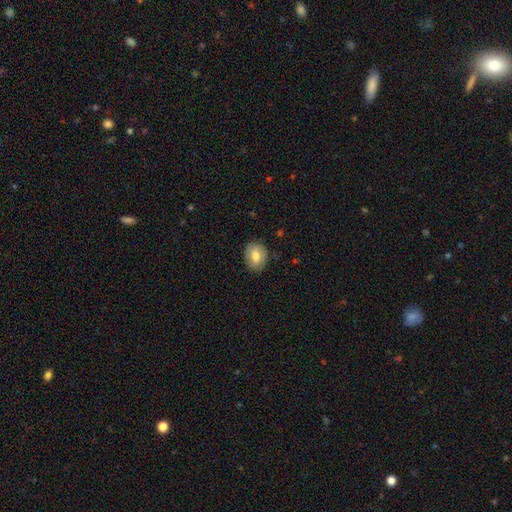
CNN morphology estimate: smooth 67%, featured or disk 25%, star or artifact 8%. Down the decision tree: how rounded — in between (60%); merging — none (81%).